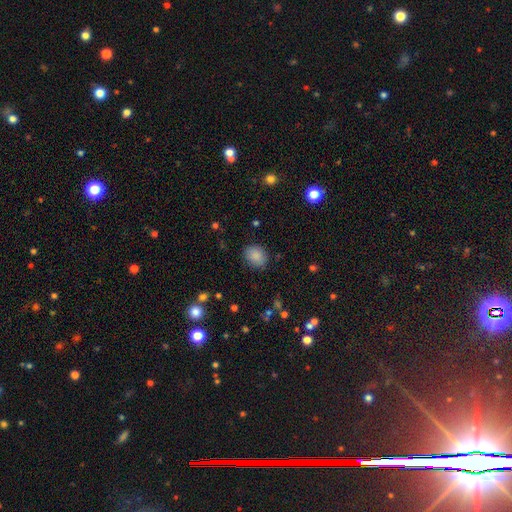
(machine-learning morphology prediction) smooth-or-featured: smooth: 86% | star or artifact: 9% | featured or disk: 5%
  how-rounded: round: 50% | in between: 49% | cigar-shaped: 1%
  merging: none: 84% | minor disturbance: 11% | major disturbance: 3% | merger: 1%